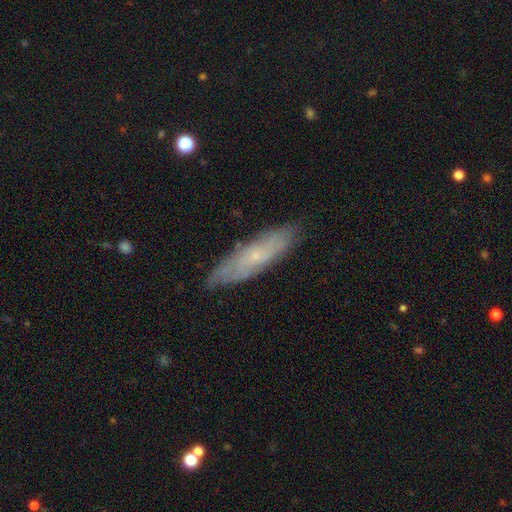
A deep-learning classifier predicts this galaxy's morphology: This is possibly a featured or disk galaxy (50%). Merging: clearly none (81%).